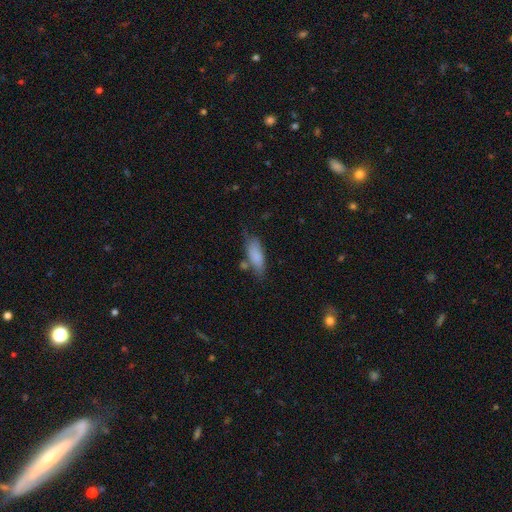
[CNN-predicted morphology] Smooth or featured: smooth — 83% (featured or disk — 11%)
How rounded: in between — 69% (cigar-shaped — 29%)
Merging: none — 58% (minor disturbance — 25%)